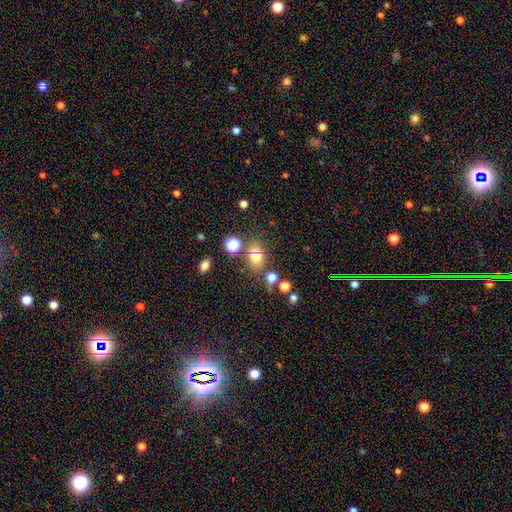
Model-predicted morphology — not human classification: This is likely a smooth galaxy (73%). How rounded: likely in between (66%). Merging: likely none (71%).